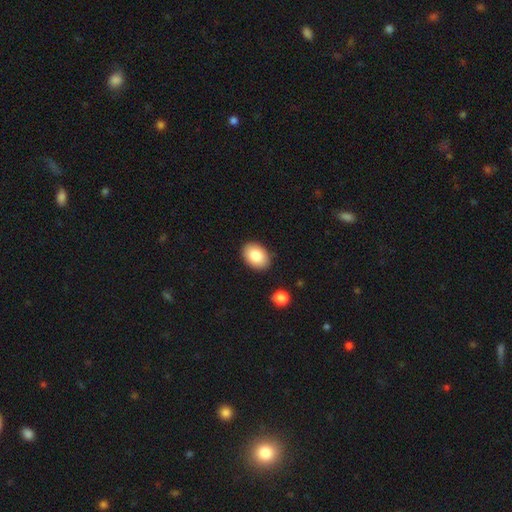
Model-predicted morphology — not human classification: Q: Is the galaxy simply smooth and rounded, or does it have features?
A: smooth — 84%.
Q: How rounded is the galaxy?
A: in between — 81%.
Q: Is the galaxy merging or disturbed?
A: none — 88%.